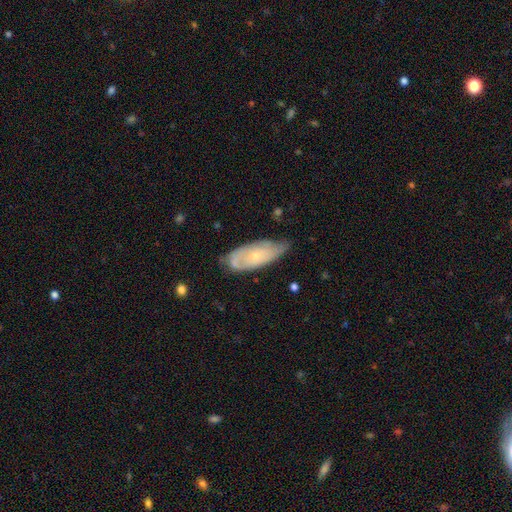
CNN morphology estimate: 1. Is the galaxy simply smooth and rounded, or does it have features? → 54% featured or disk, 39% smooth, 7% star or artifact.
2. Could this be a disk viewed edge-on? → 86% no, 14% yes.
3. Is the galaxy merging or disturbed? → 56% none, 34% minor disturbance, 8% major disturbance, 2% merger.